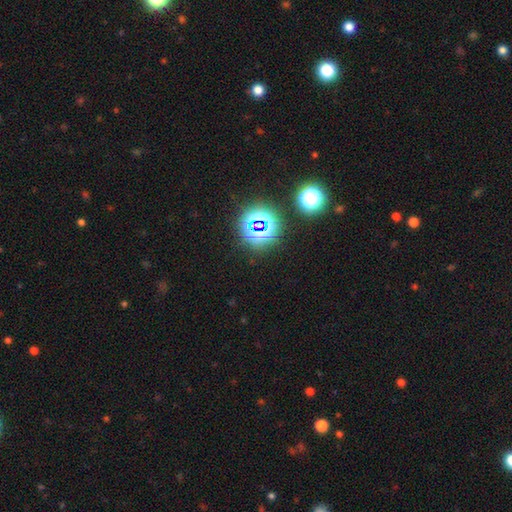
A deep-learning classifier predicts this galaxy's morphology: smooth-or-featured: star or artifact: 79% | smooth: 14% | featured or disk: 6%